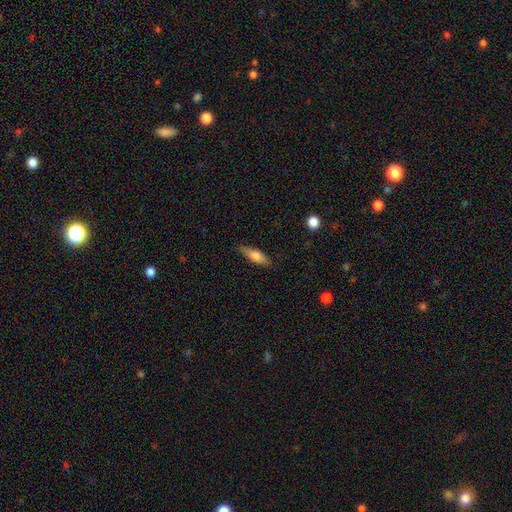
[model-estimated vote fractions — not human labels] Morphology: type=smooth (71%); roundness=in between (52%); merging=none (82%).